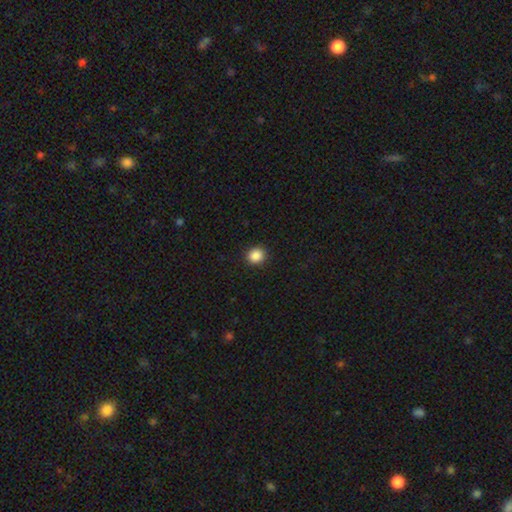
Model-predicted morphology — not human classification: A smooth galaxy with no disk features (87%) that is round (86%).

Vote fractions:
- Smooth or featured? smooth: 87% / star or artifact: 10% / featured or disk: 3%
- How rounded? round: 86% / in between: 13% / cigar-shaped: 1%
- Merging? none: 92% / minor disturbance: 6% / major disturbance: 2% / merger: 1%